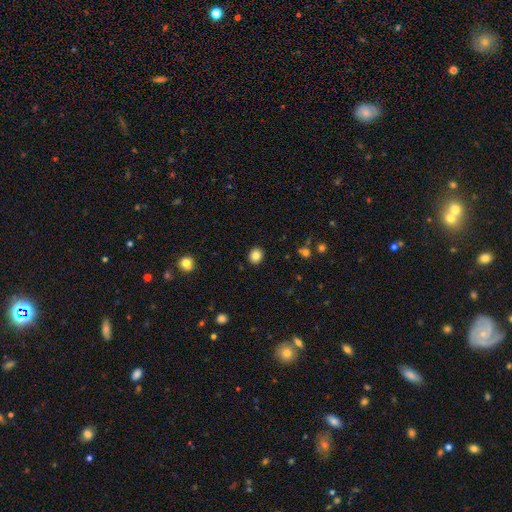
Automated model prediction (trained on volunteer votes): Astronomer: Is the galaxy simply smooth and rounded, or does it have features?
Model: smooth — 83%.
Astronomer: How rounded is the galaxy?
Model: round — 74%.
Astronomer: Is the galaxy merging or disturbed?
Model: none — 91%.